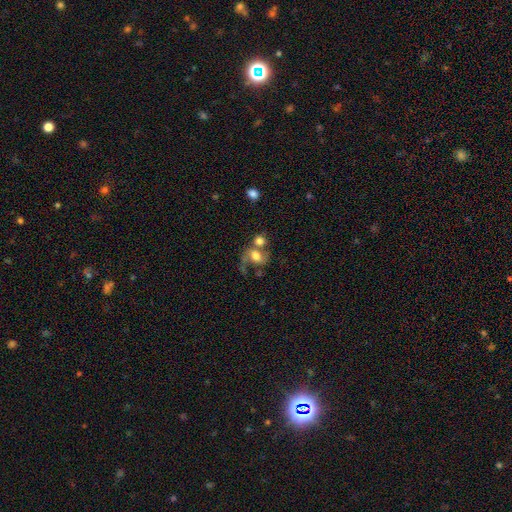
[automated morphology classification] Overall: smooth (51%; featured or disk 38%). How rounded: in between (51%; round 47%). Merging: merger (46%; none 25%).